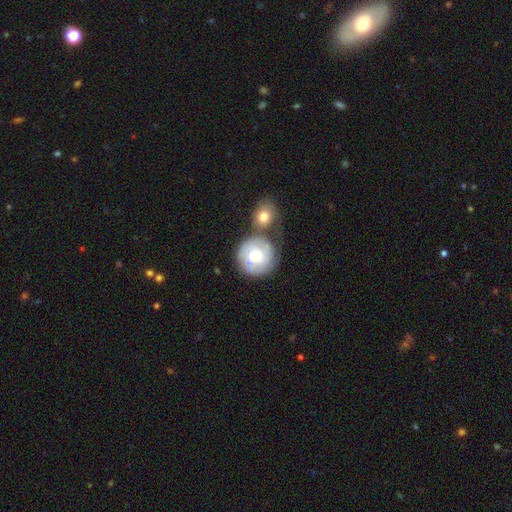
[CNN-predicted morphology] Q: Smooth or featured?
A: smooth (50%); runner-up: featured or disk (43%)
Q: How rounded?
A: round (92%); runner-up: in between (7%)
Q: Merging?
A: none (55%); runner-up: merger (26%)